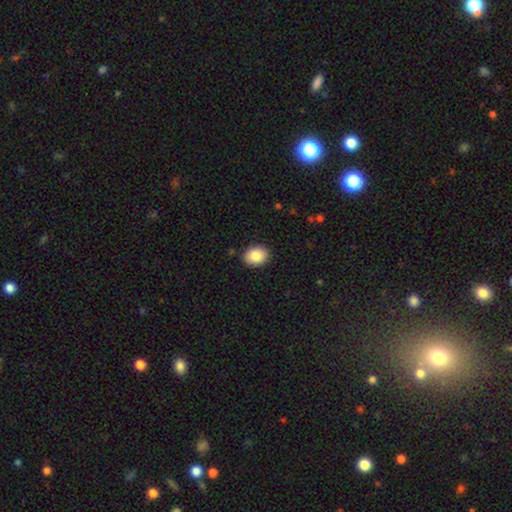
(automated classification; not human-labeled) smooth-or-featured: smooth: 85% | star or artifact: 8% | featured or disk: 8%
  how-rounded: in between: 66% | round: 33% | cigar-shaped: 1%
  merging: none: 89% | minor disturbance: 8% | major disturbance: 2% | merger: 1%